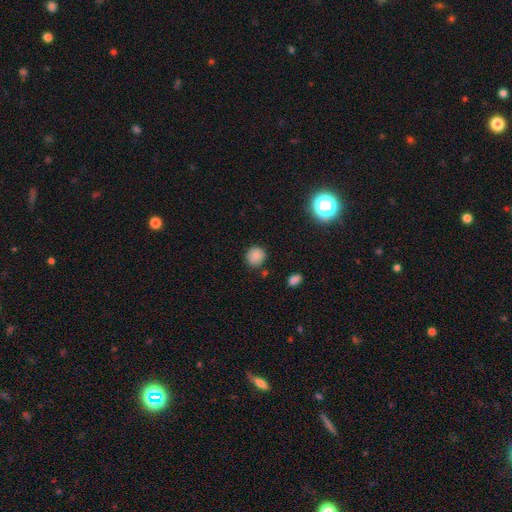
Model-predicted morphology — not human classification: Smooth or featured? Predicted: smooth (p=0.83). How rounded? Predicted: round (p=0.91). Merging? Predicted: none (p=0.84).